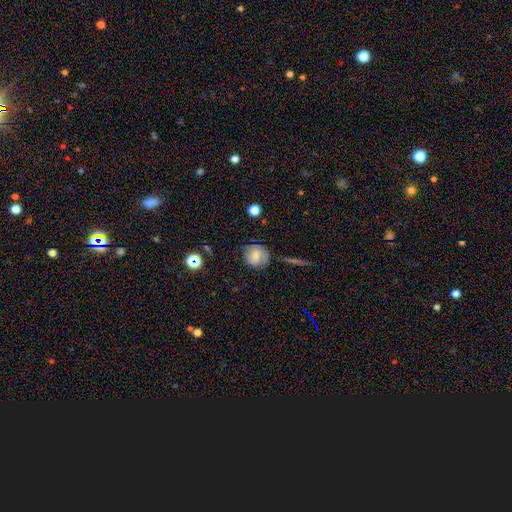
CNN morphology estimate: Q: Smooth or featured?
A: smooth (63%); runner-up: featured or disk (26%)
Q: How rounded?
A: round (86%); runner-up: in between (13%)
Q: Merging?
A: none (73%); runner-up: minor disturbance (20%)